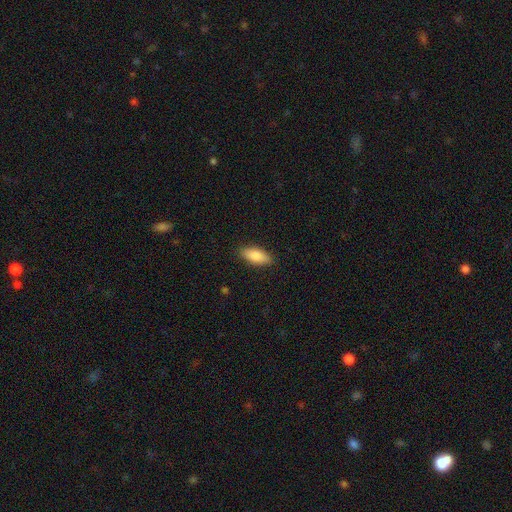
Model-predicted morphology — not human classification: A smooth galaxy with no disk features (86%) that is in between round and cigar-shaped (78%). Merging: none (88%).